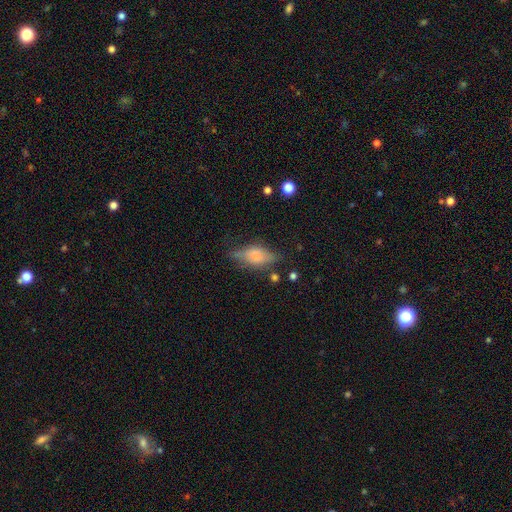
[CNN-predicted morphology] The model was most divided on "smooth or featured": smooth: 55%, featured or disk: 35%, star or artifact: 10%. More confident: how rounded — in between (81%); merging — none (52%).